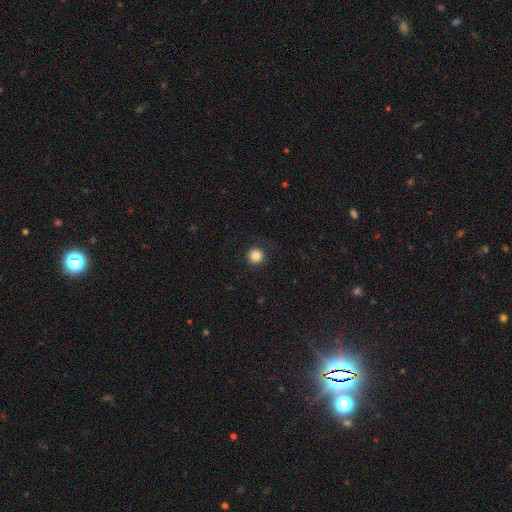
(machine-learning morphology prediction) This appears to be a smooth galaxy with no disk features (85%) that is round (96%). Merging: none (90%).